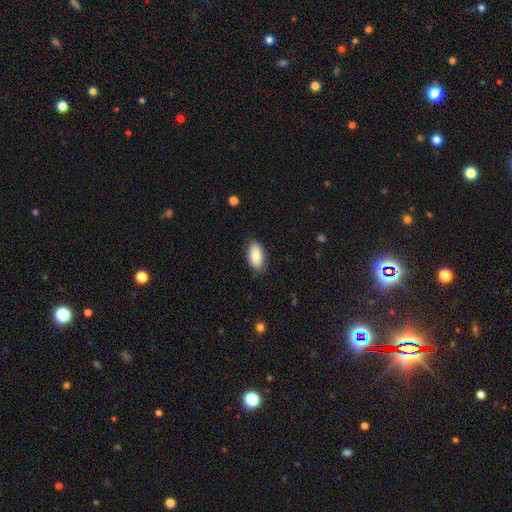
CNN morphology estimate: The model was most divided on "merging": none: 81%, minor disturbance: 15%, major disturbance: 3%, merger: 1%. More confident: how rounded — in between (93%); smooth or featured — smooth (82%).